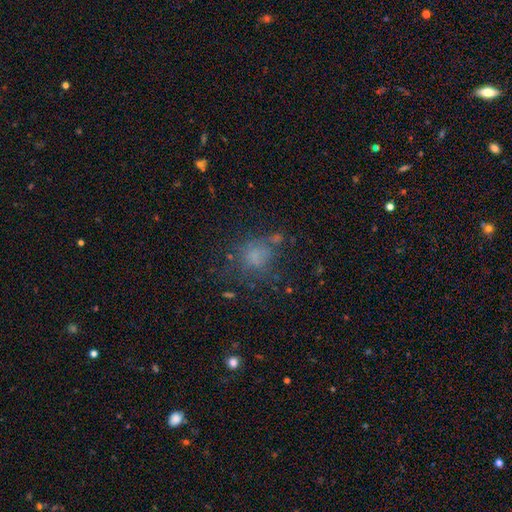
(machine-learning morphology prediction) A smooth galaxy with no disk features (60%) that is round (63%).

Vote fractions:
- Smooth or featured? smooth: 60% / star or artifact: 21% / featured or disk: 19%
- How rounded? round: 63% / in between: 35% / cigar-shaped: 2%
- Merging? none: 51% / major disturbance: 21% / minor disturbance: 20% / merger: 8%